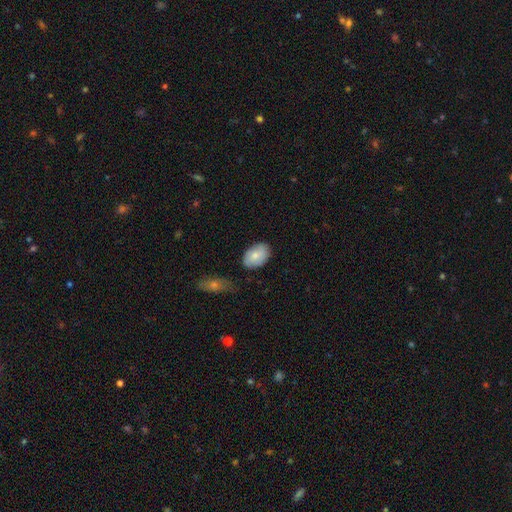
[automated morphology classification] A smooth galaxy with no disk features (79%) that is in between round and cigar-shaped (88%).

Vote fractions:
- Smooth or featured? smooth: 79% / featured or disk: 15% / star or artifact: 6%
- How rounded? in between: 88% / round: 11% / cigar-shaped: 1%
- Merging? none: 76% / minor disturbance: 17% / merger: 3% / major disturbance: 3%